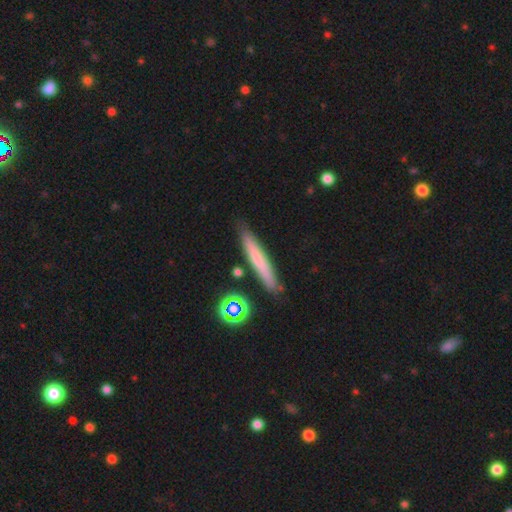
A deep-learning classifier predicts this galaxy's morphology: type=smooth (63%); roundness=cigar-shaped (94%); merging=none (85%).